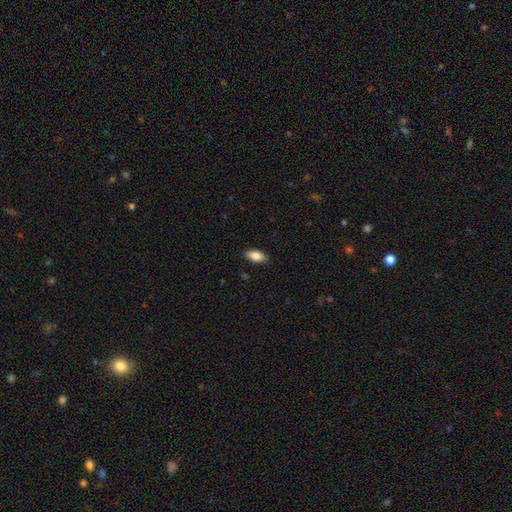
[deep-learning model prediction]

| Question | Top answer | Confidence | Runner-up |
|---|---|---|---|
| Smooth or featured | smooth | 86% | featured or disk (7%) |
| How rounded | in between | 91% | cigar-shaped (6%) |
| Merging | none | 88% | minor disturbance (9%) |